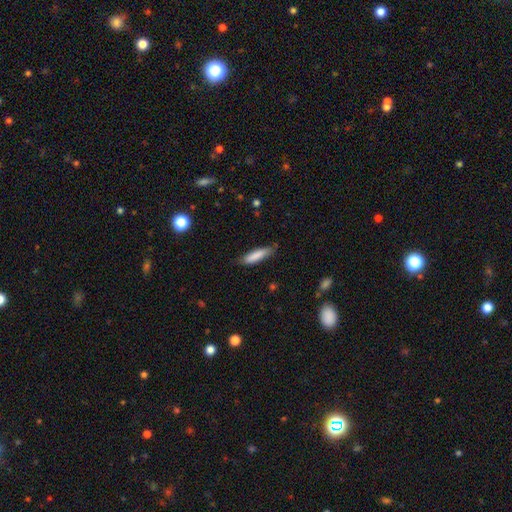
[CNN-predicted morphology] Smooth or featured?
  - smooth: 82% *
  - featured or disk: 12%
  - star or artifact: 6%
How rounded?
  - cigar-shaped: 73% *
  - in between: 25%
  - round: 1%
Merging?
  - none: 78% *
  - minor disturbance: 17%
  - major disturbance: 3%
  - merger: 1%